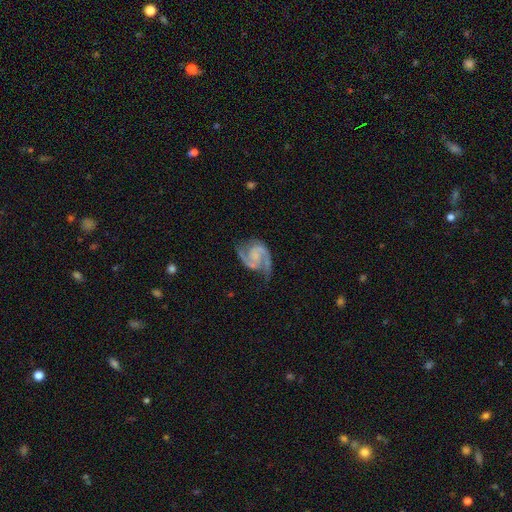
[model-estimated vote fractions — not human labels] smooth_or_featured: featured or disk (p=0.90) [alt: smooth p=0.05]
disk_edge_on: no (p=0.98) [alt: yes p=0.02]
bar: no (p=0.58) [alt: weak p=0.33]
has_spiral_arms: yes (p=0.98) [alt: no p=0.02]
spiral_winding: medium (p=0.56) [alt: tight p=0.28]
spiral_arm_count: 2 (p=0.92) [alt: 1 p=0.02]
bulge_size: none (p=0.53) [alt: small p=0.27]
merging: none (p=0.66) [alt: minor disturbance p=0.21]